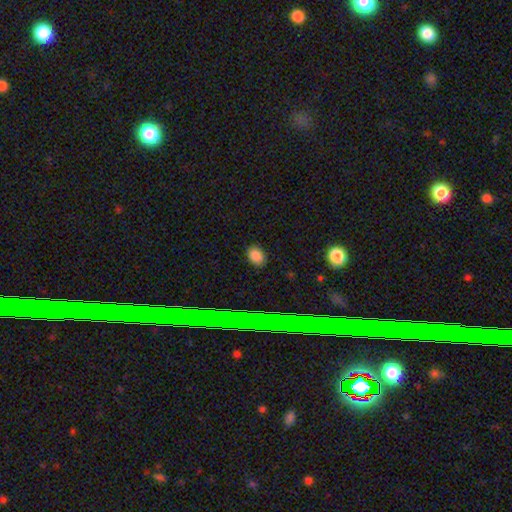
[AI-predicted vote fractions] This appears to be a smooth galaxy with no disk features (83%) that is in between round and cigar-shaped (62%). Merging: none (87%).